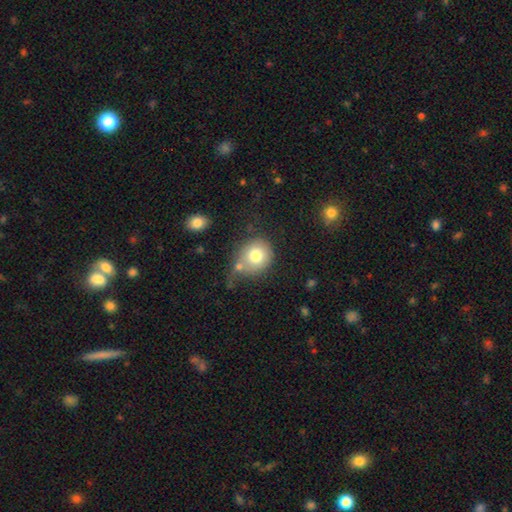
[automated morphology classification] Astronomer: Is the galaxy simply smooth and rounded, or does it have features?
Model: smooth — 77%.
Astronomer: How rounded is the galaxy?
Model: round — 76%.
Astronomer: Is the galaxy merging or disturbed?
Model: none — 44% (runner-up: minor disturbance, 23%).